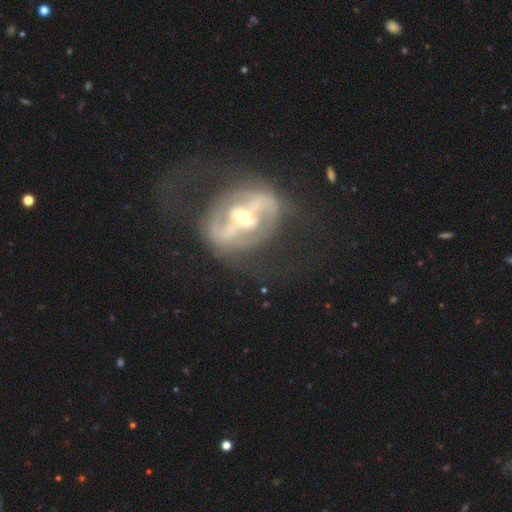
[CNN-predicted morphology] smooth-or-featured: featured or disk: 83% | smooth: 10% | star or artifact: 7%
  disk-edge-on: no: 90% | yes: 10%
    bar: strong: 64% | weak: 22% | no: 14%
    has-spiral-arms: yes: 59% | no: 41%
    bulge-size: moderate: 62% | small: 21% | large: 13% | dominant: 2% | none: 1%
  merging: none: 55% | major disturbance: 28% | minor disturbance: 15% | merger: 2%